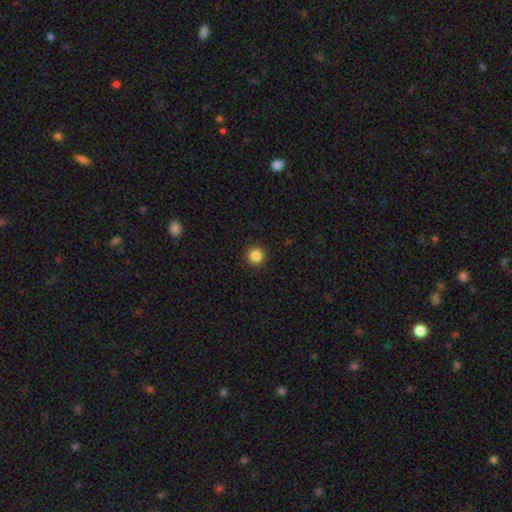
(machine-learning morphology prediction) A smooth galaxy with no disk features (86%) that is round (96%).

Vote fractions:
- Smooth or featured? smooth: 86% / star or artifact: 11% / featured or disk: 3%
- How rounded? round: 96% / in between: 3% / cigar-shaped: 1%
- Merging? none: 93% / minor disturbance: 4% / major disturbance: 2% / merger: 1%